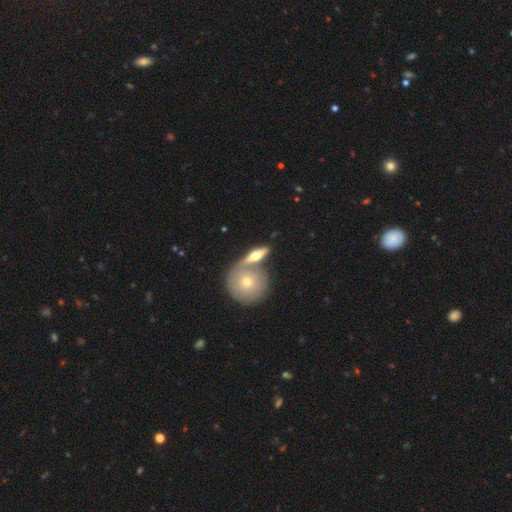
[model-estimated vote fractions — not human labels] featured or disk 51%, smooth 43%, star or artifact 6%. Down the decision tree: edge-on disk — yes (75%); merging — none (54%).